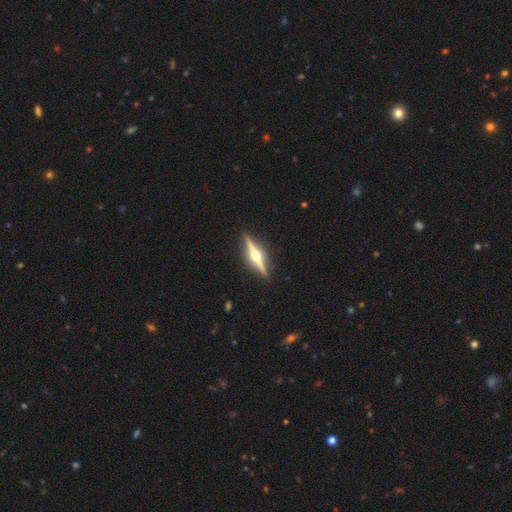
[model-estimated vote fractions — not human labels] Overall: featured or disk (85%). Edge-on disk: yes (98%). Edge-on bulge: rounded (96%). Merging: none (91%).